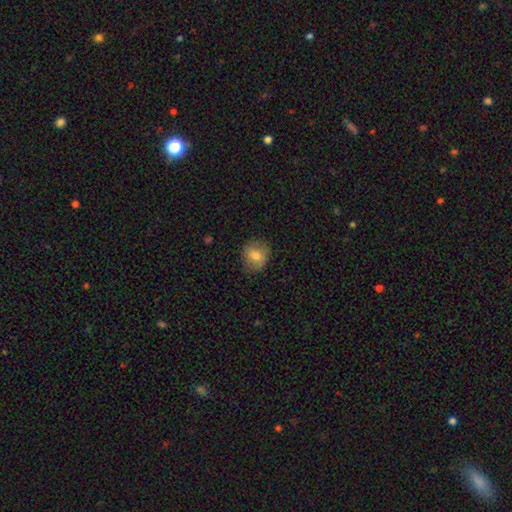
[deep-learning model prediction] Smooth or featured? Predicted: smooth (p=0.77). How rounded? Predicted: round (p=0.73). Merging? Predicted: none (p=0.82).